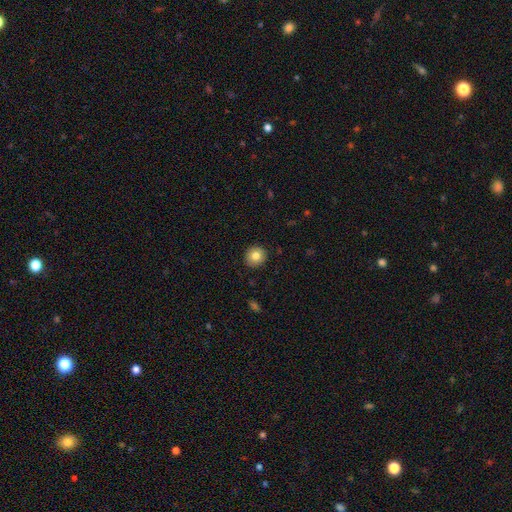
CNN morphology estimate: Q: Smooth or featured?
A: smooth (80%); runner-up: featured or disk (11%)
Q: How rounded?
A: round (93%); runner-up: in between (6%)
Q: Merging?
A: none (91%); runner-up: minor disturbance (6%)